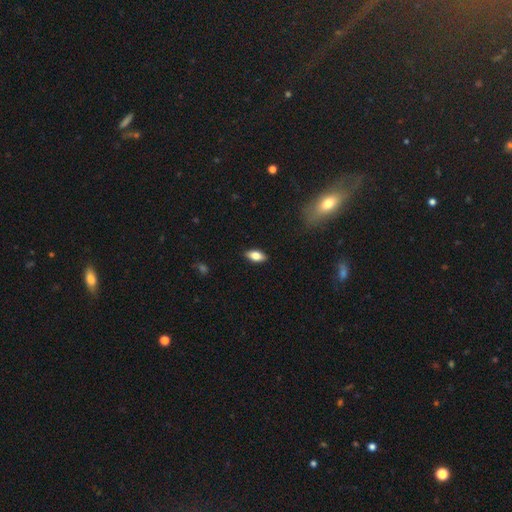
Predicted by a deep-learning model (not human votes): This is likely a smooth galaxy (76%). How rounded: clearly in between (87%). Merging: clearly none (88%).